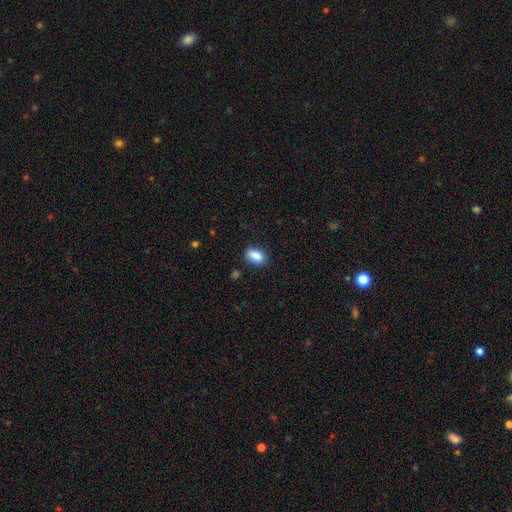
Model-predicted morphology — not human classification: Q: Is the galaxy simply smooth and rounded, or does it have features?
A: smooth — 86%.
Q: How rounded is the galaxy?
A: in between — 87%.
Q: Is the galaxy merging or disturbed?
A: none — 82%.